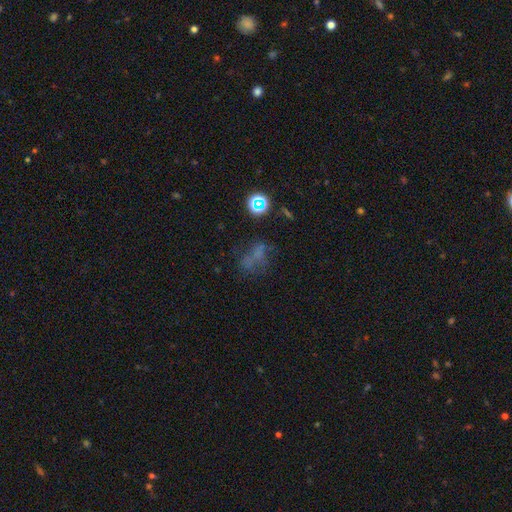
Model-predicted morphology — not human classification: Smooth or featured? smooth (36%, tied with star or artifact)
Merging? none (46%)